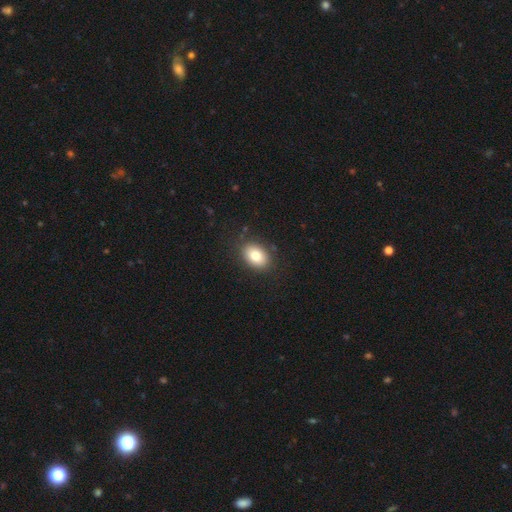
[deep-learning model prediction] Smooth or featured? smooth (82%)
How rounded? in between (78%)
Merging? none (86%)